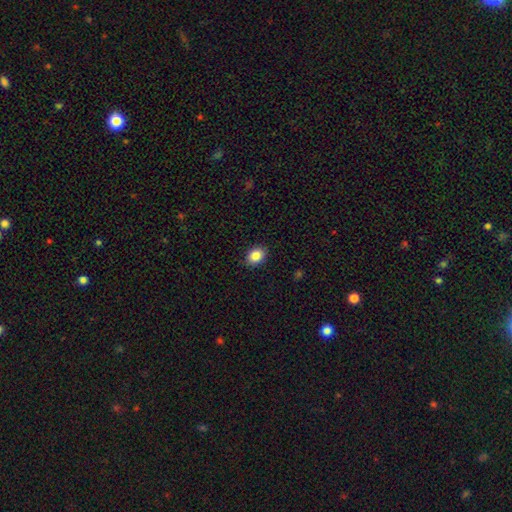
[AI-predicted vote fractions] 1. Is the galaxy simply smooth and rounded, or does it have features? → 86% smooth, 9% star or artifact, 5% featured or disk.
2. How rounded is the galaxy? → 64% in between, 35% round, 1% cigar-shaped.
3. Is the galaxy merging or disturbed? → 89% none, 9% minor disturbance, 2% major disturbance, 1% merger.